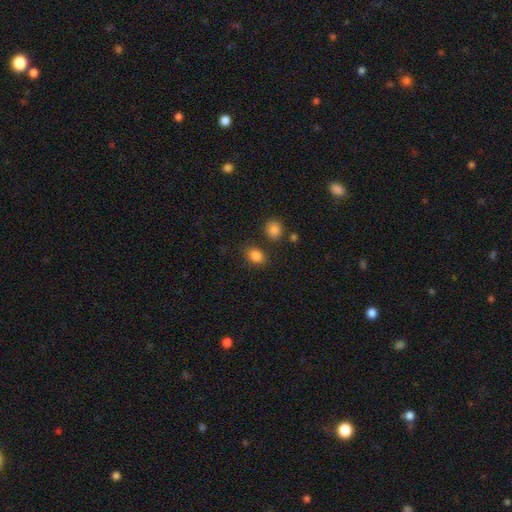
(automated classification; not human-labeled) This is clearly a smooth galaxy (85%). How rounded: likely in between (64%). Merging: likely none (78%).